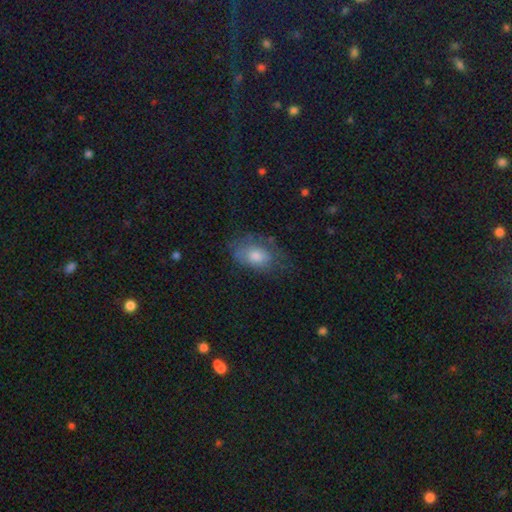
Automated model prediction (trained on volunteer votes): Morphology: type=smooth (59%); roundness=in between (87%); merging=none (55%).